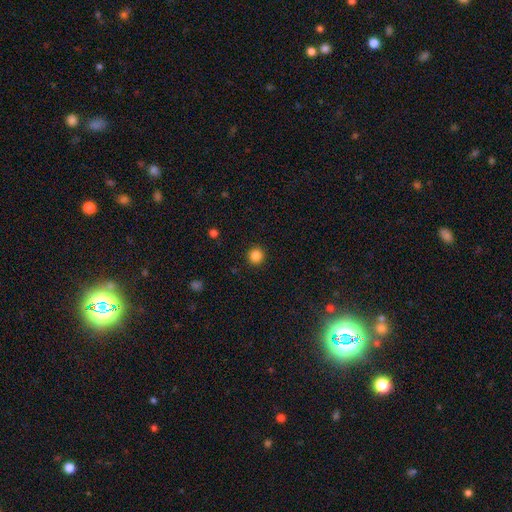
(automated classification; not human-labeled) smooth 86%, star or artifact 11%, featured or disk 3%. Down the decision tree: how rounded — round (94%); merging — none (92%).